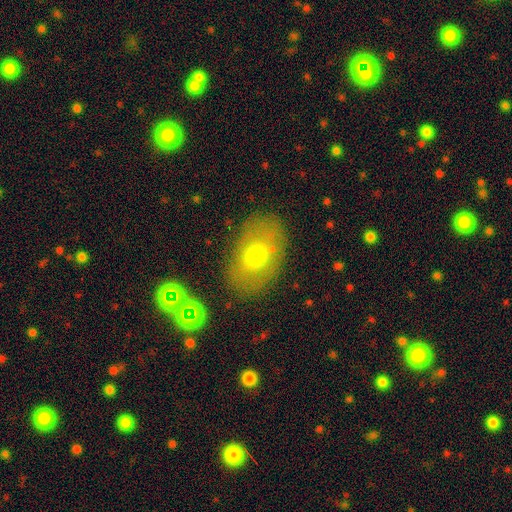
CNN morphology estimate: Q: Smooth or featured?
A: smooth (63%); runner-up: featured or disk (27%)
Q: How rounded?
A: in between (85%); runner-up: round (14%)
Q: Merging?
A: none (79%); runner-up: minor disturbance (13%)